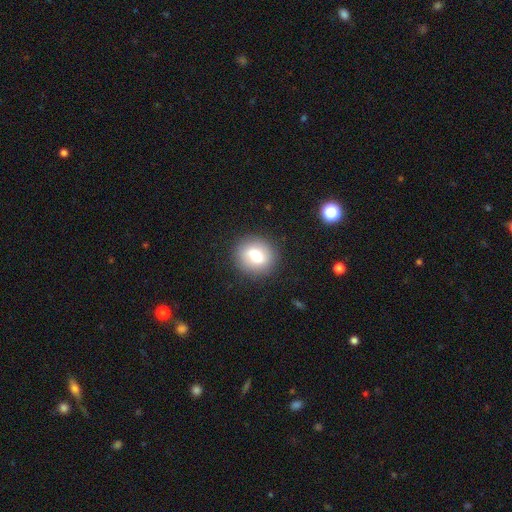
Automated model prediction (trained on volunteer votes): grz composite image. It shows a smooth galaxy with no disk features (74%) that is round (76%). Merging: none (85%).